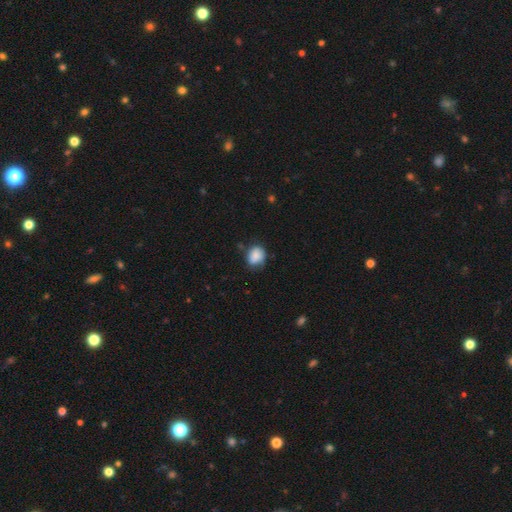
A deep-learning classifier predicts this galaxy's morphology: Smooth or featured? smooth (84%)
How rounded? round (57%)
Merging? none (63%)